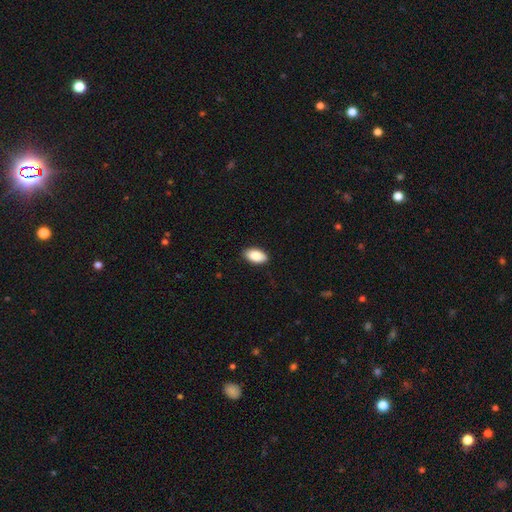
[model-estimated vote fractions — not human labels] Smooth or featured? Predicted: smooth (p=0.89). How rounded? Predicted: in between (p=0.94). Merging? Predicted: none (p=0.88).